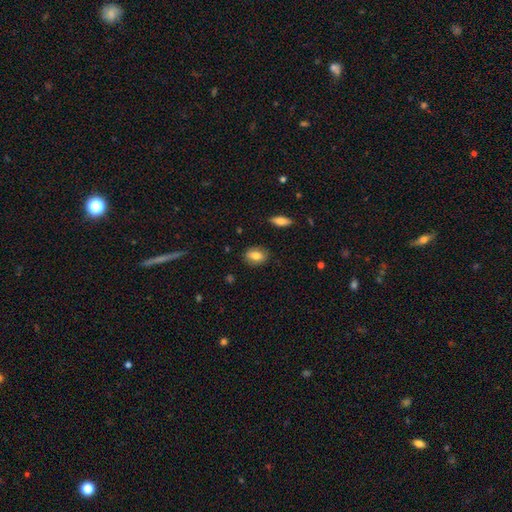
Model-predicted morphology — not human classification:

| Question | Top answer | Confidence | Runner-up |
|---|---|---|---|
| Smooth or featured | smooth | 79% | featured or disk (14%) |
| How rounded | in between | 80% | round (17%) |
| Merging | none | 84% | minor disturbance (12%) |